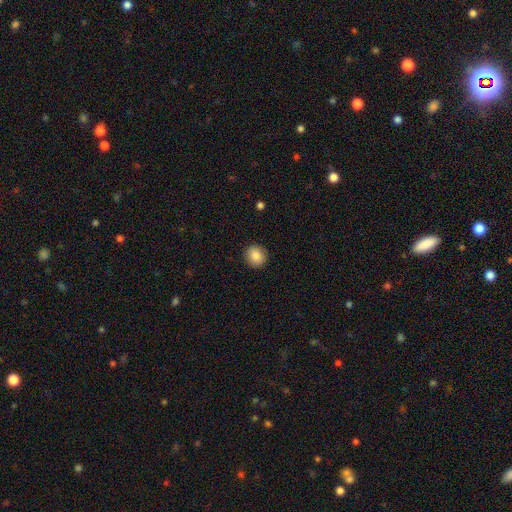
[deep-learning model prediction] Smooth or featured: smooth — 86% (star or artifact — 9%)
How rounded: round — 83% (in between — 16%)
Merging: none — 90% (minor disturbance — 7%)